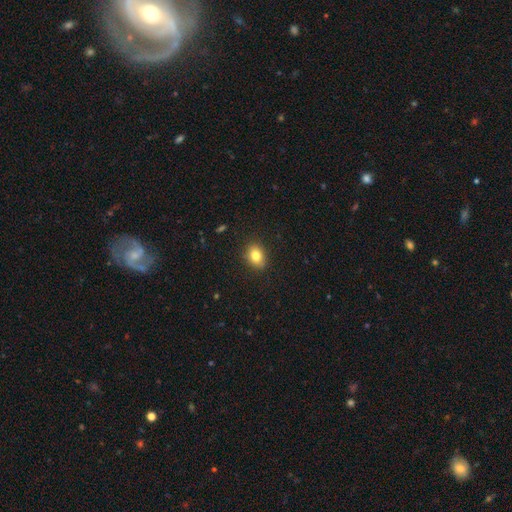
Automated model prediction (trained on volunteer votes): This appears to be a smooth galaxy with no disk features (80%) that is in between round and cigar-shaped (55%). Merging: none (87%).